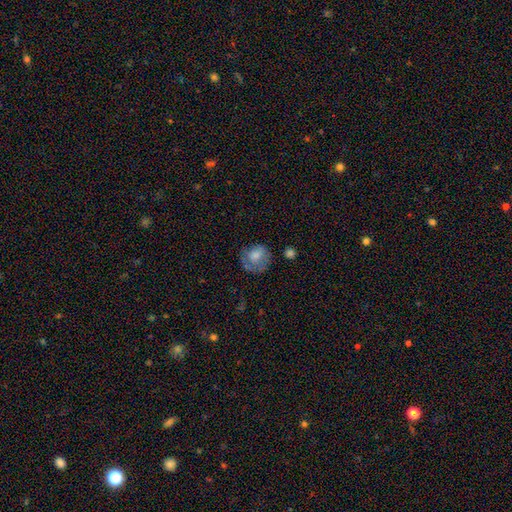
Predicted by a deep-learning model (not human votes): smooth-or-featured: smooth: 69% | featured or disk: 23% | star or artifact: 9%
  how-rounded: round: 77% | in between: 22% | cigar-shaped: 1%
  merging: none: 54% | minor disturbance: 26% | major disturbance: 18% | merger: 3%